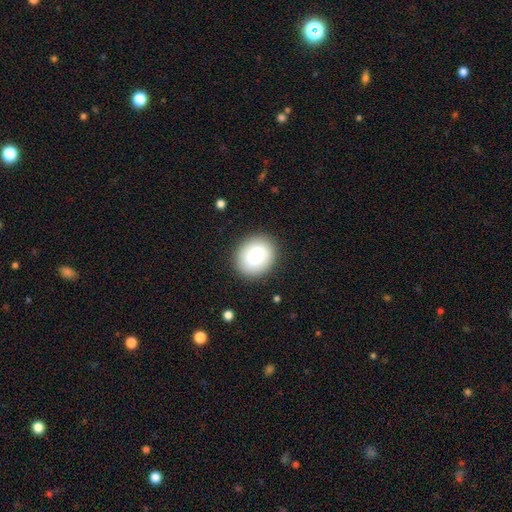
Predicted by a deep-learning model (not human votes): Overall: smooth (70%). How rounded: round (68%; in between 31%). Merging: none (86%).